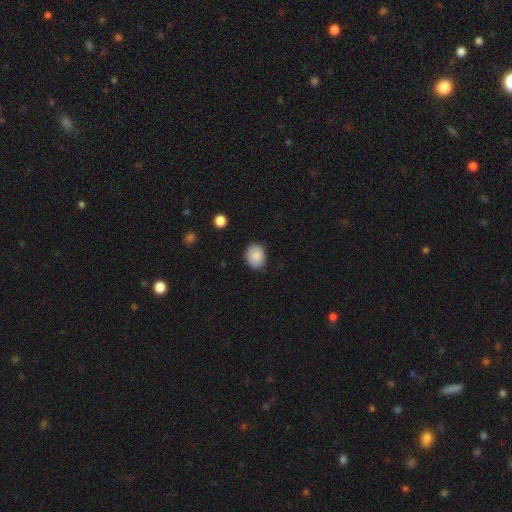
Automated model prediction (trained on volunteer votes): This appears to be a smooth galaxy with no disk features (88%) that is round (64%). Merging: none (83%).